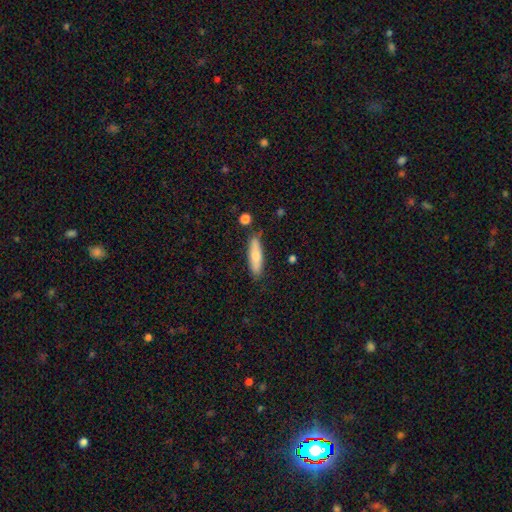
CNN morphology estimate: Smooth or featured? Predicted: smooth (p=0.72). How rounded? Predicted: cigar-shaped (p=0.62). Merging? Predicted: none (p=0.79).